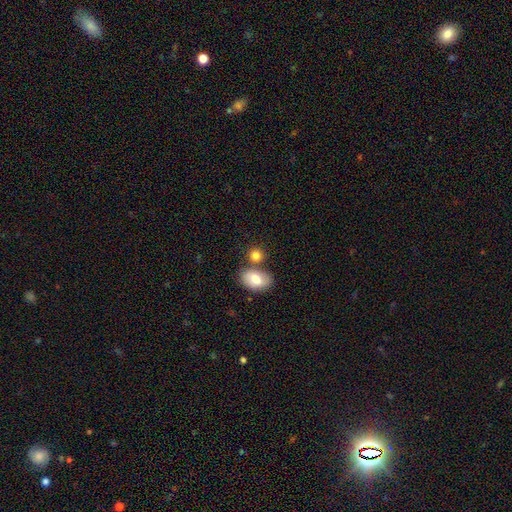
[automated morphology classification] This is clearly a smooth galaxy (80%). How rounded: likely round (63%). Merging: likely none (60%).